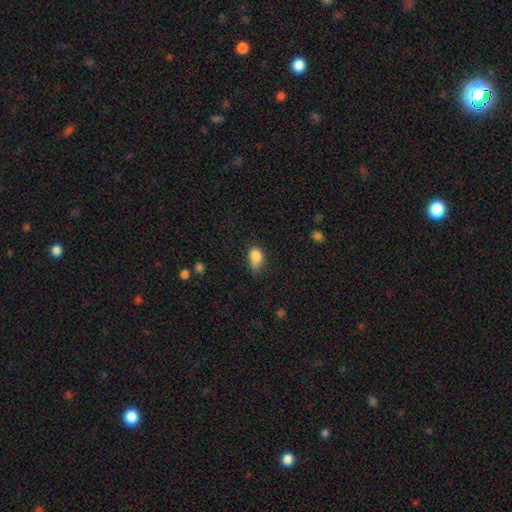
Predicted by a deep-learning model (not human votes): Smooth or featured? smooth (84%)
How rounded? in between (79%)
Merging? none (42%, tied with minor disturbance)